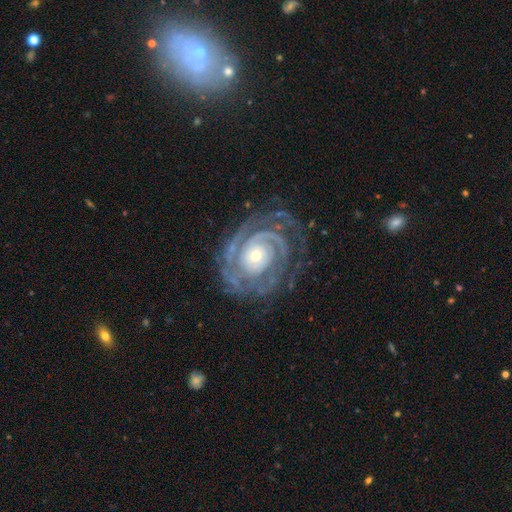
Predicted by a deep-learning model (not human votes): smooth-or-featured: featured or disk: 90% | star or artifact: 5% | smooth: 5%
  disk-edge-on: no: 97% | yes: 3%
    bar: no: 79% | weak: 13% | strong: 7%
    has-spiral-arms: yes: 97% | no: 3%
      spiral-winding: tight: 78% | medium: 19% | loose: 4%
      spiral-arm-count: 2: 29% | 3: 25% | can't tell: 20% | 4: 12% | more than 4: 7% | 1: 7%
    bulge-size: small: 57% | moderate: 37% | large: 4% | dominant: 1% | none: 1%
  merging: none: 71% | minor disturbance: 17% | major disturbance: 10% | merger: 1%